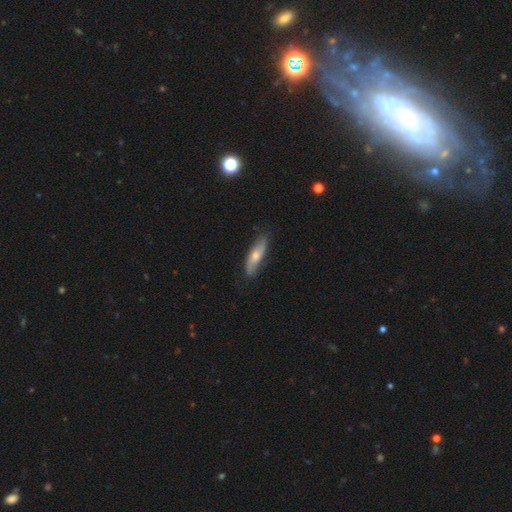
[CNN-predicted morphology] The model was most divided on "smooth or featured": smooth: 49%, featured or disk: 45%, star or artifact: 6%. More confident: merging — none (77%).